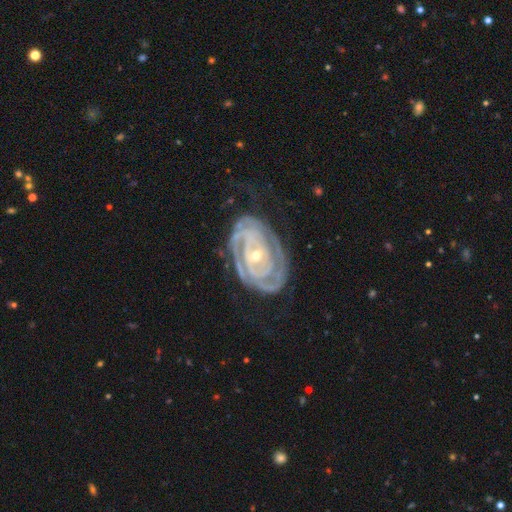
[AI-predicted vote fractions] The model was most divided on "spiral arm count": 2: 38%, can't tell: 29%, 3: 15%, 4: 7%, 1: 6%, more than 4: 5%. More confident: edge-on disk — no (96%); spiral arms — yes (94%); smooth or featured — featured or disk (89%); spiral winding — tight (82%); merging — none (68%); bulge size — small (68%); bar — no (59%).